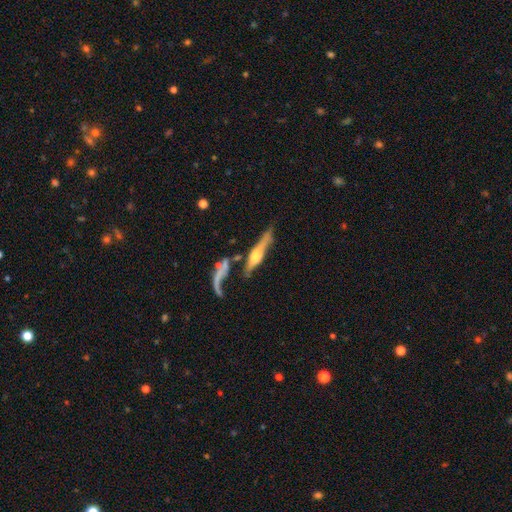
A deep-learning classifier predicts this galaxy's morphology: This is likely a featured or disk galaxy (70%). It is clearly viewed edge-on (90%). Edge-on bulge: clearly rounded (89%). Merging: possibly none (51%).